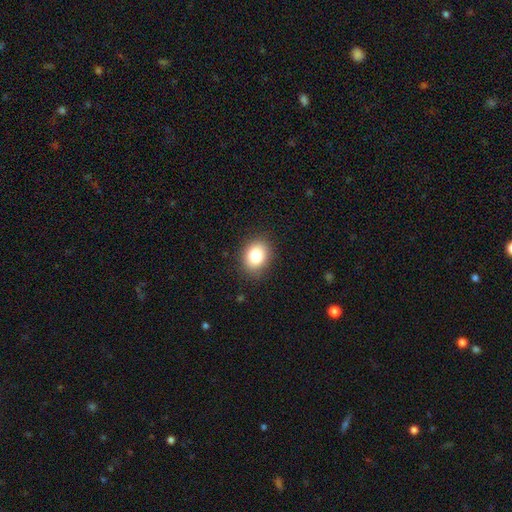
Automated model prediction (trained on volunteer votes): Smooth or featured?
  - smooth: 83% *
  - star or artifact: 9%
  - featured or disk: 8%
How rounded?
  - in between: 58% *
  - round: 41%
  - cigar-shaped: 1%
Merging?
  - none: 87% *
  - minor disturbance: 9%
  - major disturbance: 3%
  - merger: 1%